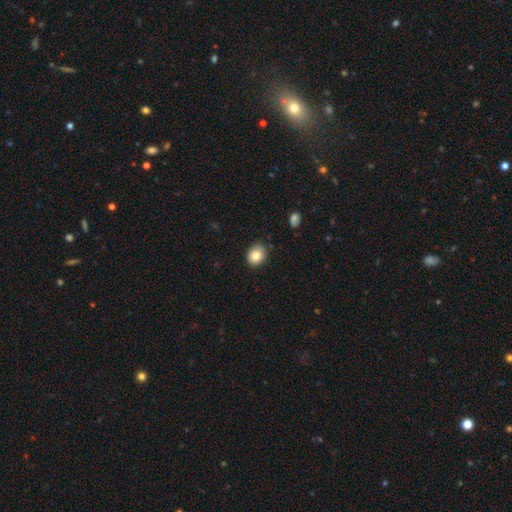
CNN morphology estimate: smooth 84%, star or artifact 9%, featured or disk 7%. Down the decision tree: how rounded — round (53%); merging — none (81%).